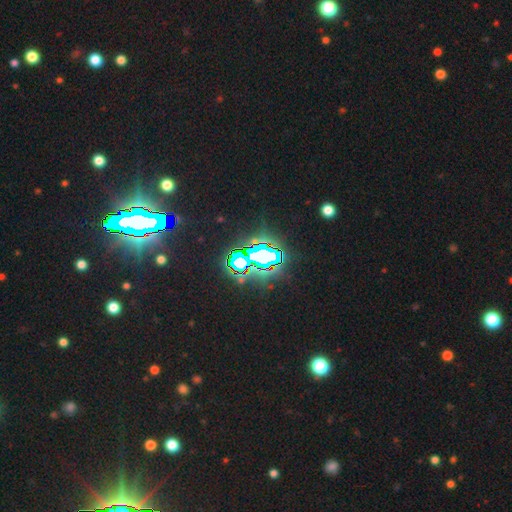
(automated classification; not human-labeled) smooth-or-featured: star or artifact: 77% | featured or disk: 12% | smooth: 11%